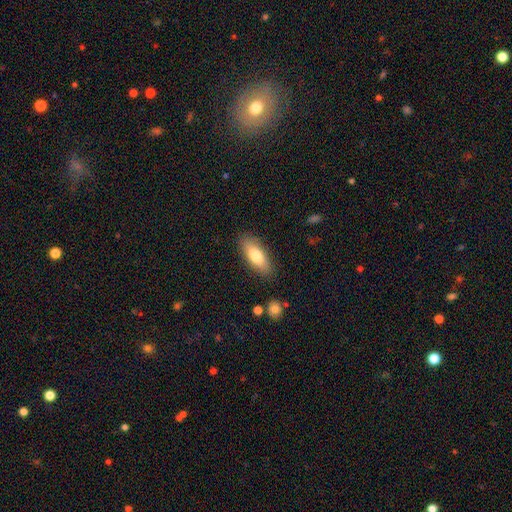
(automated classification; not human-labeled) Smooth or featured? Predicted: smooth (p=0.77). How rounded? Predicted: in between (p=0.73). Merging? Predicted: none (p=0.85).